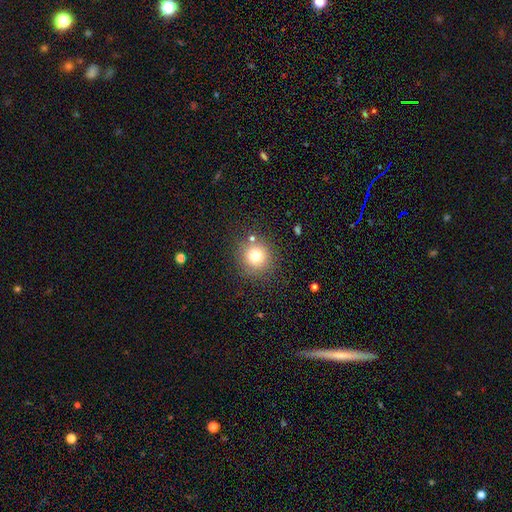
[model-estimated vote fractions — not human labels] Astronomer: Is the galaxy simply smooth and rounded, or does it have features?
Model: smooth — 74%.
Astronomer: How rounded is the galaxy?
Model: round — 92%.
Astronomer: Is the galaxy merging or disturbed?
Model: none — 83%.